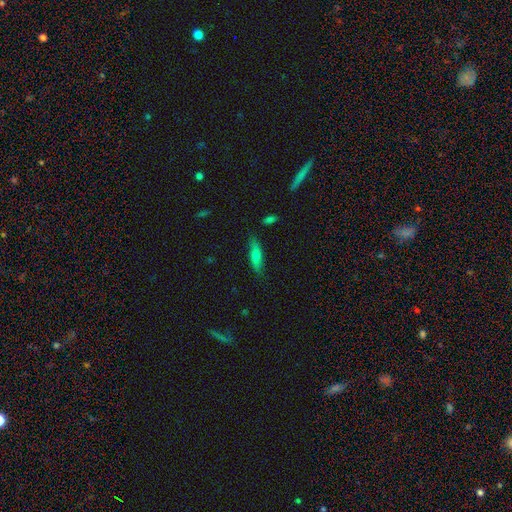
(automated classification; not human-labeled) Q: Smooth or featured?
A: smooth (69%); runner-up: featured or disk (24%)
Q: How rounded?
A: cigar-shaped (64%); runner-up: in between (34%)
Q: Merging?
A: none (81%); runner-up: minor disturbance (15%)